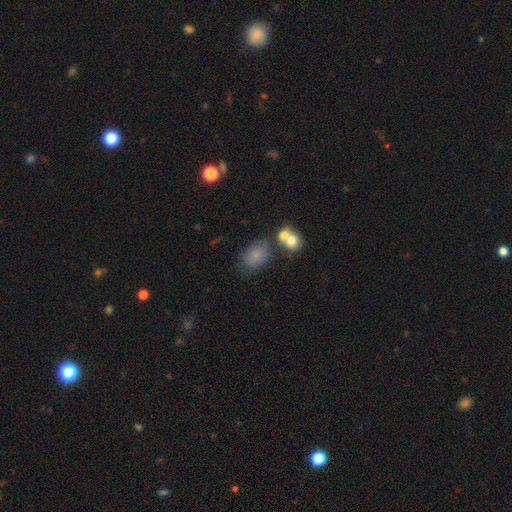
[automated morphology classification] Smooth or featured: smooth — 78% (featured or disk — 11%)
How rounded: in between — 79% (round — 20%)
Merging: none — 53% (merger — 20%)